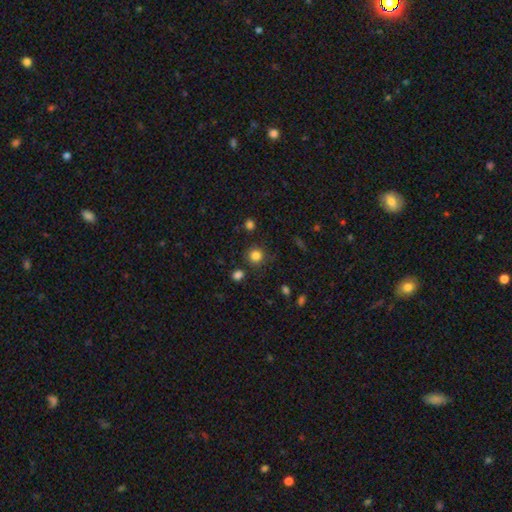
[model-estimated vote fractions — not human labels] smooth 83%, star or artifact 12%, featured or disk 4%. Down the decision tree: how rounded — round (92%); merging — none (85%).